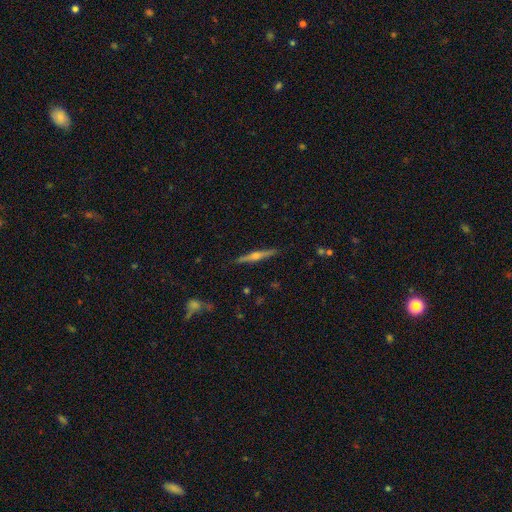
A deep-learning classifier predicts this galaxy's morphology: A featured or disk galaxy (77%) viewed edge-on (98%) with a rounded central bulge (89%). Merging: none (90%).